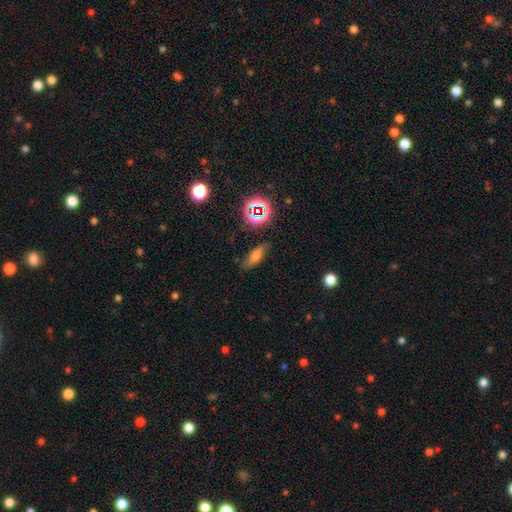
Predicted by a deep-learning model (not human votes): A smooth galaxy with no disk features (60%) that is in between round and cigar-shaped (60%). Merging: none (79%).